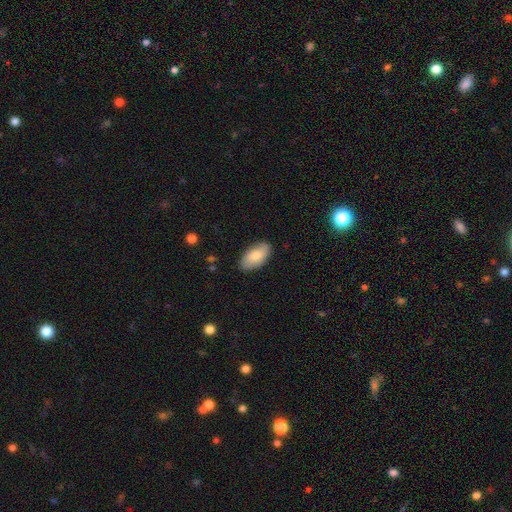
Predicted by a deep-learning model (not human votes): This is likely a smooth galaxy (76%). How rounded: clearly in between (94%). Merging: clearly none (85%).